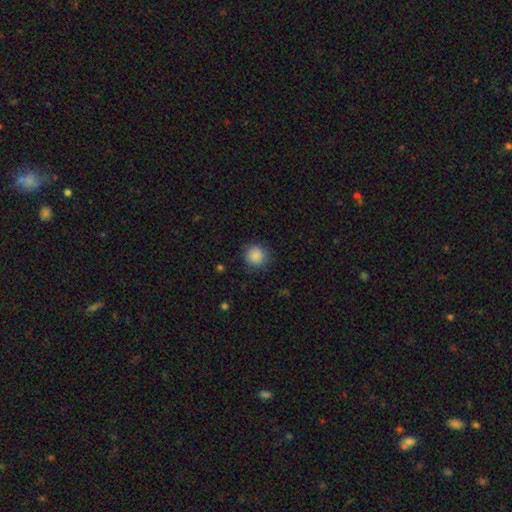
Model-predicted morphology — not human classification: Q: Smooth or featured?
A: smooth (88%); runner-up: star or artifact (9%)
Q: How rounded?
A: round (93%); runner-up: in between (6%)
Q: Merging?
A: none (87%); runner-up: minor disturbance (9%)